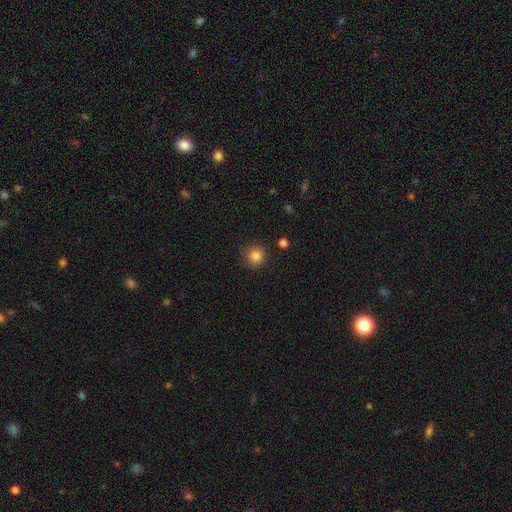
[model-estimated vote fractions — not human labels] A smooth galaxy with no disk features (85%) that is round (93%). Merging: none (88%).